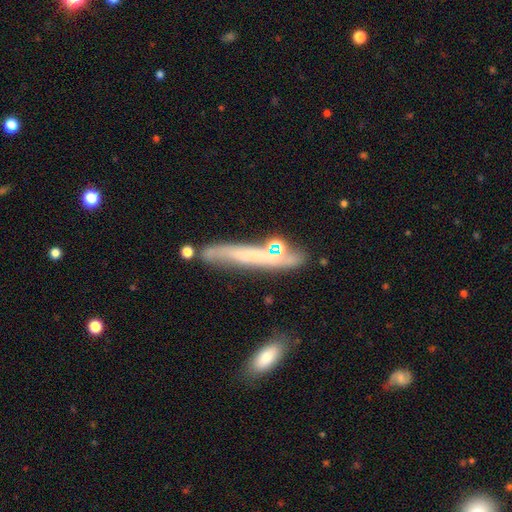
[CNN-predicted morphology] Smooth or featured?
  - featured or disk: 53% *
  - smooth: 37%
  - star or artifact: 9%
Edge-on disk?
  - yes: 70% *
  - no: 30%
Merging?
  - none: 54% *
  - minor disturbance: 22%
  - merger: 15%
  - major disturbance: 9%